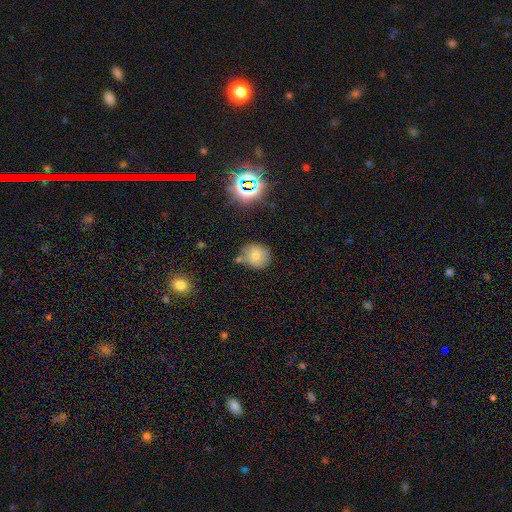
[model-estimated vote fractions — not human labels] A smooth galaxy with no disk features (64%) that is round (77%). Merging: none (65%).